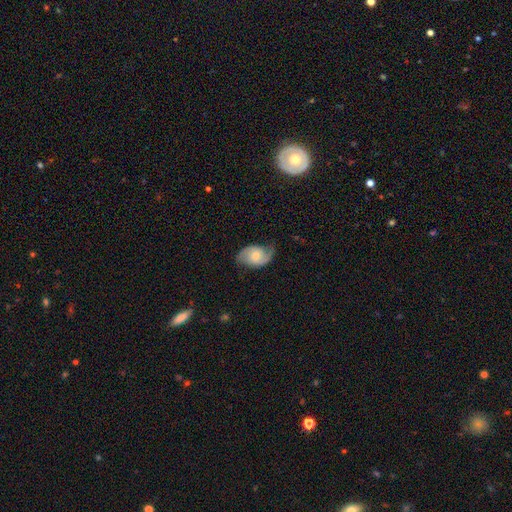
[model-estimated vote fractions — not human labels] Q: Smooth or featured?
A: featured or disk (67%); runner-up: smooth (26%)
Q: Edge-on disk?
A: no (96%); runner-up: yes (4%)
Q: Bar?
A: no (72%); runner-up: weak (23%)
Q: Spiral arms?
A: yes (90%); runner-up: no (10%)
Q: Spiral winding?
A: loose (40%); runner-up: medium (39%)
Q: Spiral arm count?
A: 2 (84%); runner-up: can't tell (7%)
Q: Bulge size?
A: moderate (52%); runner-up: small (43%)
Q: Merging?
A: none (66%); runner-up: minor disturbance (24%)